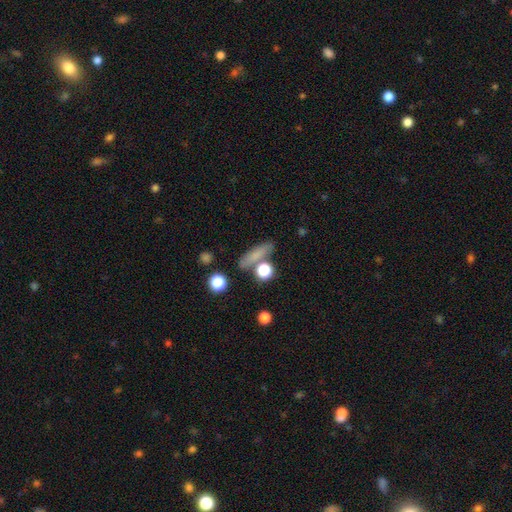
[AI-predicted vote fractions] Q: Smooth or featured?
A: smooth (73%); runner-up: featured or disk (16%)
Q: How rounded?
A: cigar-shaped (58%); runner-up: in between (26%)
Q: Merging?
A: none (74%); runner-up: minor disturbance (12%)